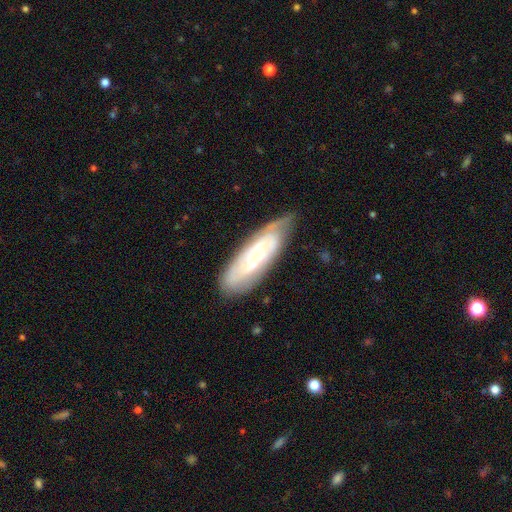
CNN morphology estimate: Q: Smooth or featured?
A: featured or disk (58%); runner-up: smooth (35%)
Q: Edge-on disk?
A: no (79%); runner-up: yes (21%)
Q: Merging?
A: none (66%); runner-up: minor disturbance (25%)